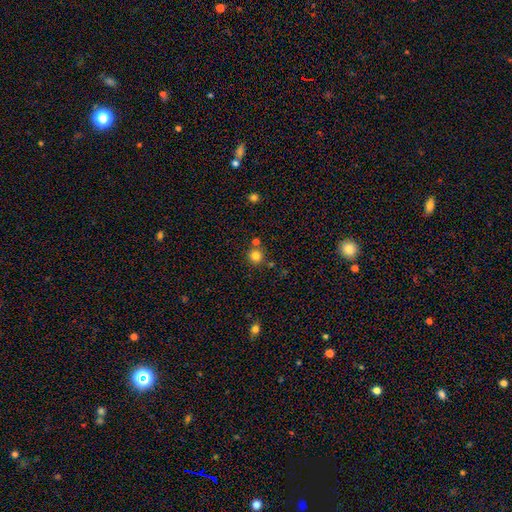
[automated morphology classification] This is clearly a smooth galaxy (80%). How rounded: clearly round (94%). Merging: likely none (79%).